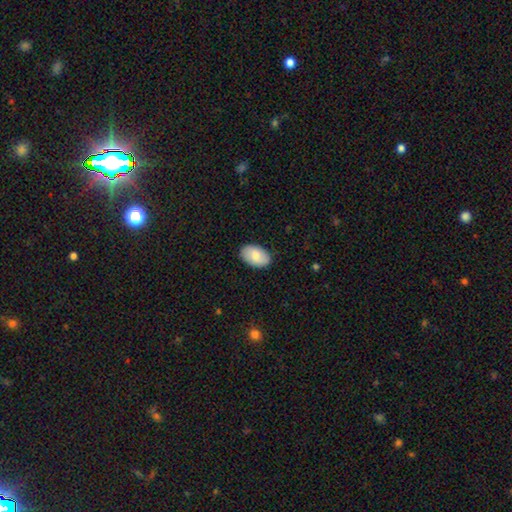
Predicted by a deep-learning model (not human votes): Morphology: type=smooth (82%); roundness=in between (92%); merging=none (86%).